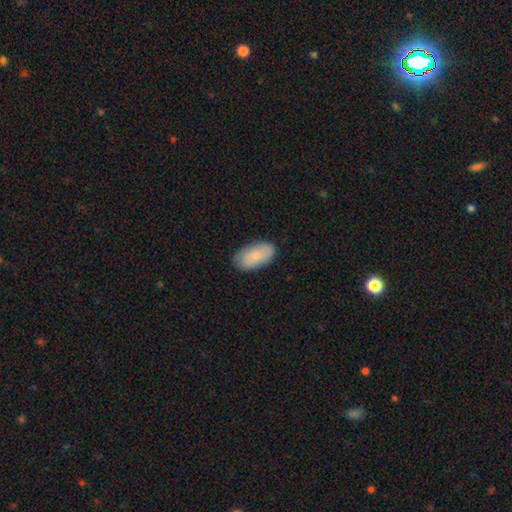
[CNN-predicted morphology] smooth-or-featured: smooth: 83% | featured or disk: 11% | star or artifact: 6%
  how-rounded: in between: 94% | round: 3% | cigar-shaped: 3%
  merging: none: 84% | minor disturbance: 13% | major disturbance: 2% | merger: 1%